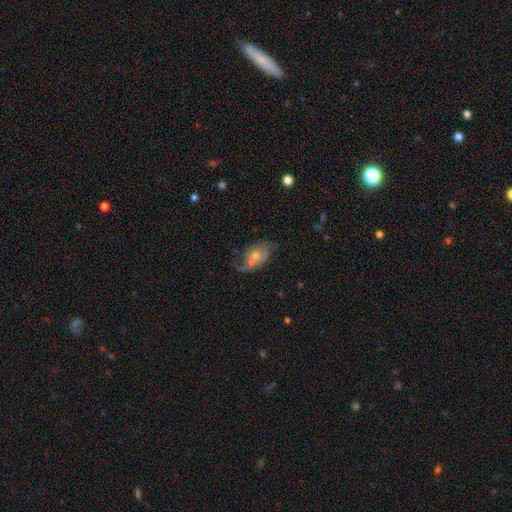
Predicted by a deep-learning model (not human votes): A featured or disk galaxy (59%) with no bar (77%), spiral arms (70%) and a moderate central bulge (51%).

Vote fractions:
- Smooth or featured? featured or disk: 59% / smooth: 31% / star or artifact: 10%
- Edge-on disk? no: 95% / yes: 5%
- Bar? no: 77% / weak: 19% / strong: 3%
- Spiral arms? yes: 70% / no: 30%
- Bulge size? moderate: 51% / small: 38% / large: 5% / none: 4% / dominant: 2%
- Merging? none: 37% / merger: 22% / minor disturbance: 21% / major disturbance: 19%